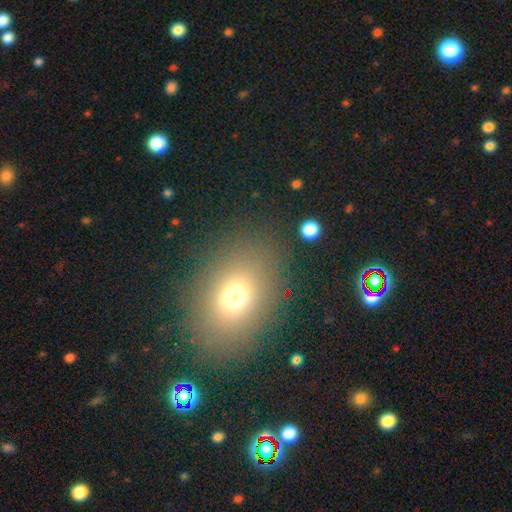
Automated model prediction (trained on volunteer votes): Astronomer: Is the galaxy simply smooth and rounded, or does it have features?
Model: smooth — 65%.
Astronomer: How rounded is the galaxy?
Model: in between — 68%.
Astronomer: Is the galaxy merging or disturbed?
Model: none — 87%.